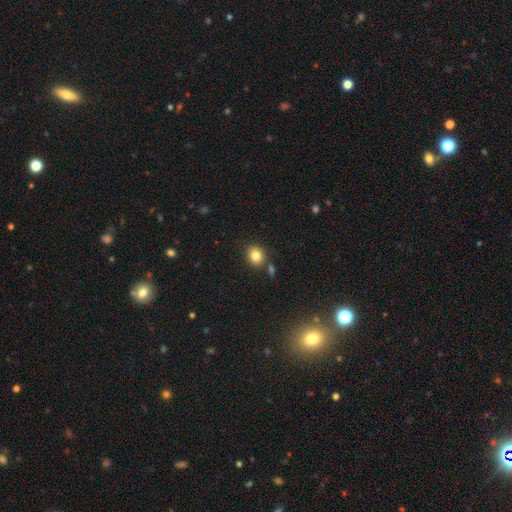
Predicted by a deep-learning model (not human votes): Q: Smooth or featured?
A: smooth (83%); runner-up: star or artifact (11%)
Q: How rounded?
A: round (69%); runner-up: in between (30%)
Q: Merging?
A: none (79%); runner-up: minor disturbance (9%)